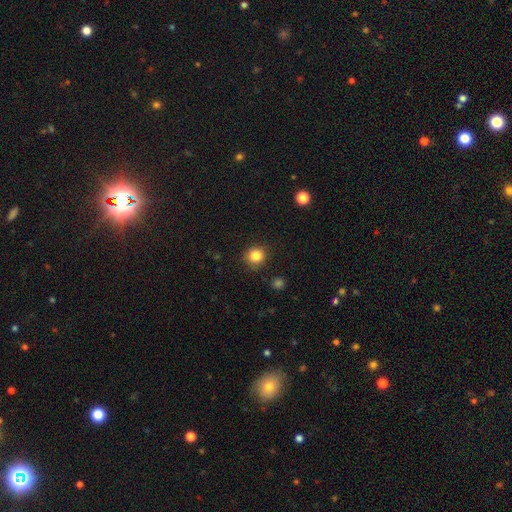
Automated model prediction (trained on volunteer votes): Smooth or featured?
  - smooth: 85% *
  - star or artifact: 11%
  - featured or disk: 5%
How rounded?
  - round: 89% *
  - in between: 10%
  - cigar-shaped: 1%
Merging?
  - none: 88% *
  - minor disturbance: 9%
  - major disturbance: 2%
  - merger: 1%